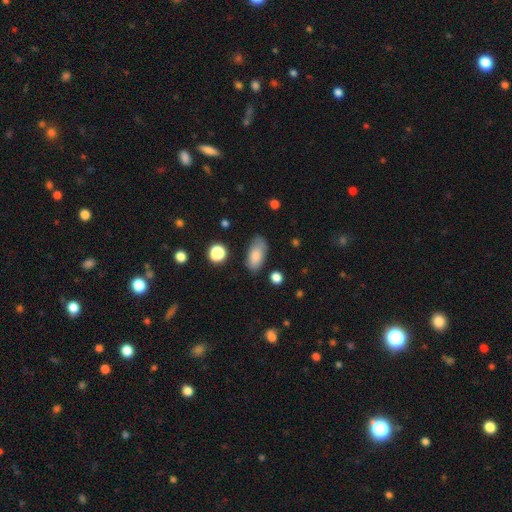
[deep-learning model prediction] This appears to be a smooth galaxy with no disk features (84%) that is in between round and cigar-shaped (90%). Merging: none (73%).